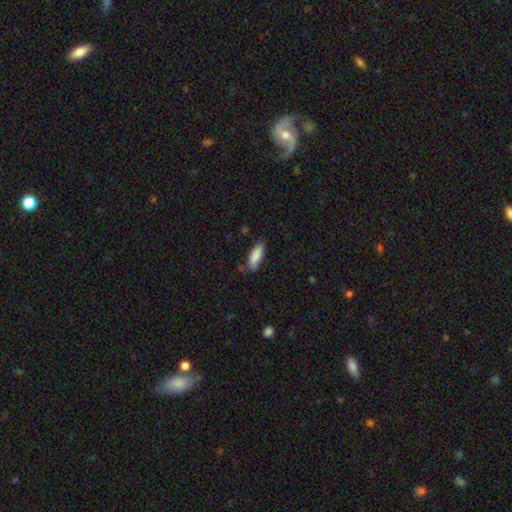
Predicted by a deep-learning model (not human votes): A smooth galaxy with no disk features (87%) that is in between round and cigar-shaped (67%). Merging: none (75%).